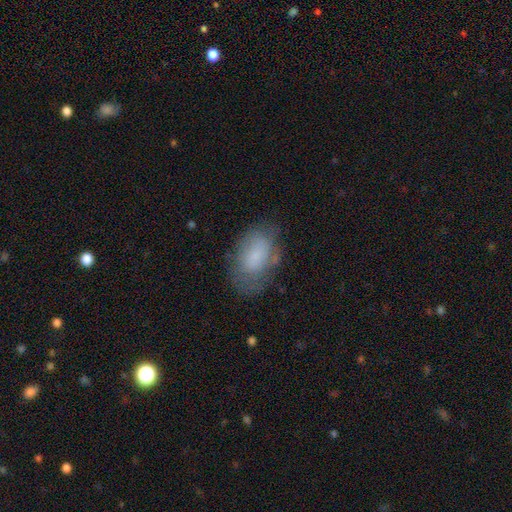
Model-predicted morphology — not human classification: smooth 66%, featured or disk 25%, star or artifact 9%. Down the decision tree: how rounded — in between (87%); merging — none (57%).